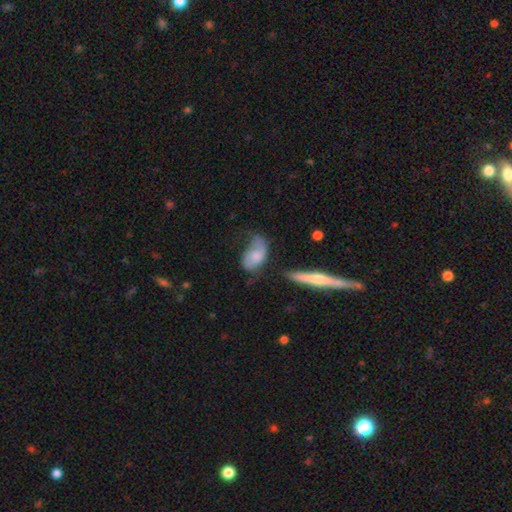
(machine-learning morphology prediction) Q: Smooth or featured?
A: smooth (53%); runner-up: featured or disk (40%)
Q: How rounded?
A: in between (90%); runner-up: round (6%)
Q: Merging?
A: none (38%); runner-up: minor disturbance (31%)